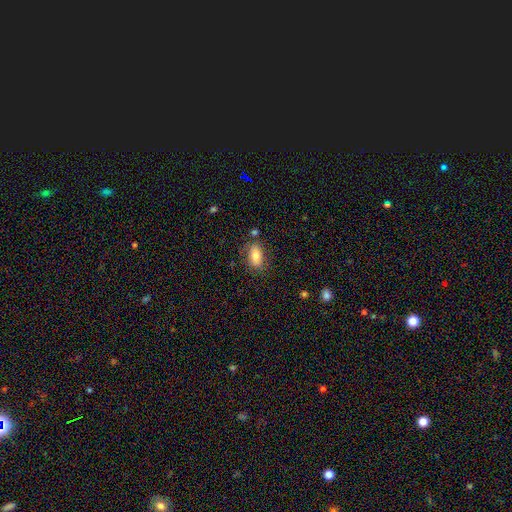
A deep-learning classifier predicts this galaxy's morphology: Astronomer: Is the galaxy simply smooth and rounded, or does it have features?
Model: smooth — 77%.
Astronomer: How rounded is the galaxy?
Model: in between — 86%.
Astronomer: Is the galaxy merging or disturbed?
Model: none — 76%.